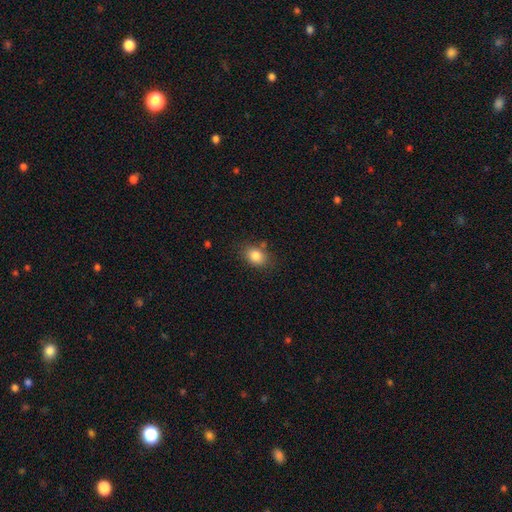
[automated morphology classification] This appears to be a smooth galaxy with no disk features (84%) that is in between round and cigar-shaped (67%). Merging: none (76%).